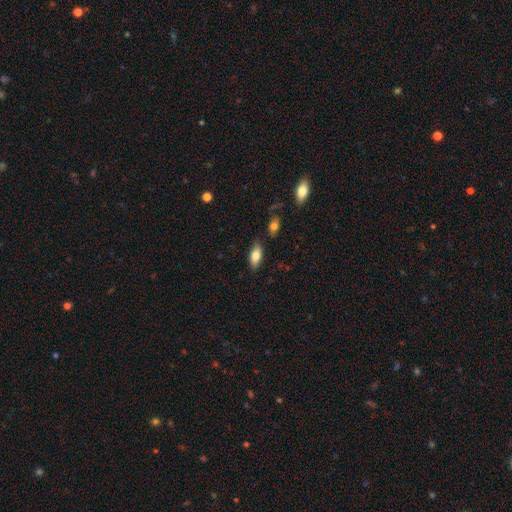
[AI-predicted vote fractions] Smooth or featured? smooth (78%)
How rounded? in between (86%)
Merging? none (82%)